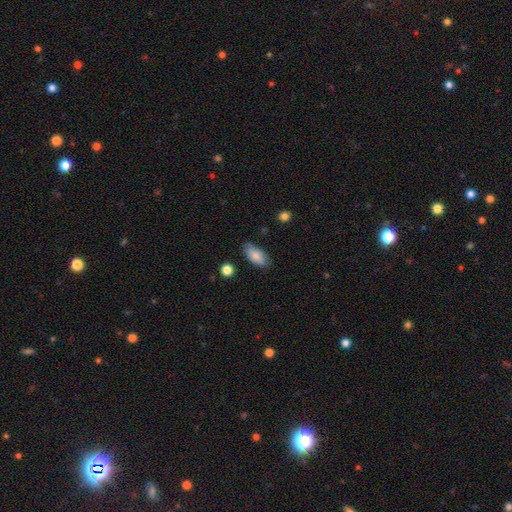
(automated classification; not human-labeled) Smooth or featured?
  - smooth: 84% *
  - featured or disk: 9%
  - star or artifact: 7%
How rounded?
  - in between: 89% *
  - cigar-shaped: 9%
  - round: 2%
Merging?
  - none: 79% *
  - minor disturbance: 16%
  - major disturbance: 3%
  - merger: 2%